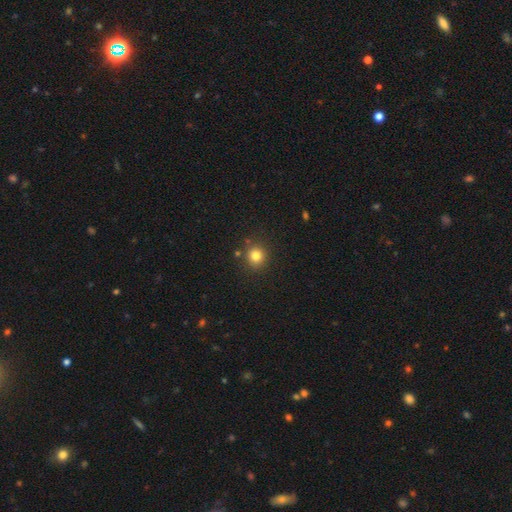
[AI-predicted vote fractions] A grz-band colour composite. It shows a smooth galaxy with no disk features (81%) that is round (91%). Merging: none (86%).